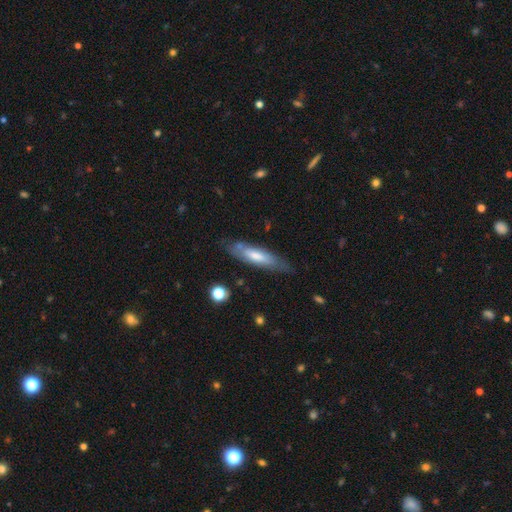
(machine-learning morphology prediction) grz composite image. It shows a smooth galaxy with no disk features (50%). Merging: none (75%).